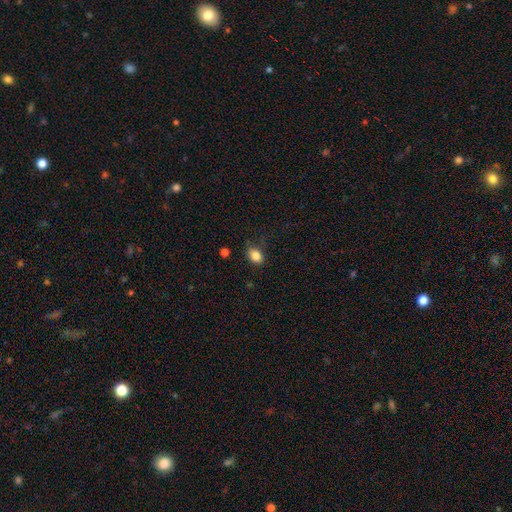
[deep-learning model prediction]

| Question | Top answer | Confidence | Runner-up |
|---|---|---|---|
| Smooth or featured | smooth | 84% | star or artifact (10%) |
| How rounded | in between | 63% | round (36%) |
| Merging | none | 75% | minor disturbance (19%) |